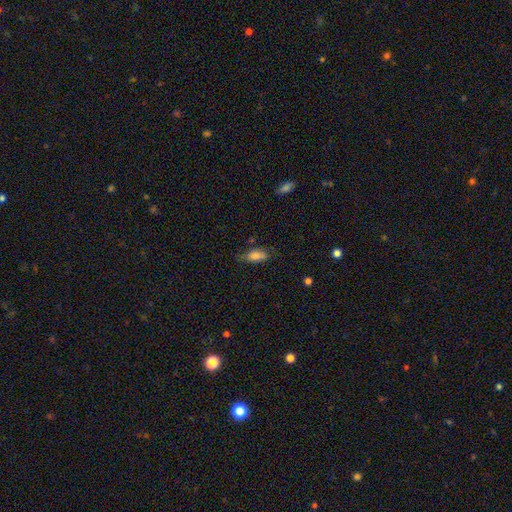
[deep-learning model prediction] Smooth or featured?
  - smooth: 79% *
  - featured or disk: 13%
  - star or artifact: 8%
How rounded?
  - in between: 86% *
  - cigar-shaped: 10%
  - round: 3%
Merging?
  - none: 68% *
  - minor disturbance: 25%
  - major disturbance: 6%
  - merger: 2%